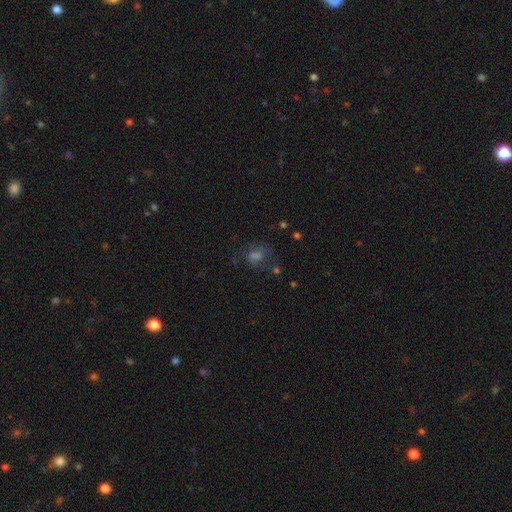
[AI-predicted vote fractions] Smooth or featured?
  - featured or disk: 38% *
  - smooth: 35%
  - star or artifact: 27%
Merging?
  - none: 58% *
  - minor disturbance: 20%
  - major disturbance: 19%
  - merger: 4%